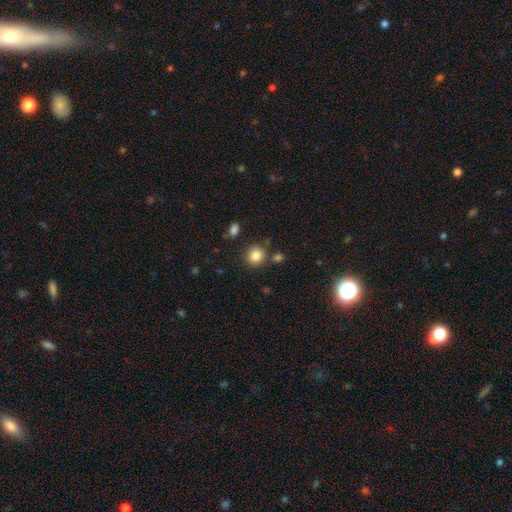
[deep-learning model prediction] smooth_or_featured: smooth (p=0.84) [alt: star or artifact p=0.10]
how_rounded: round (p=0.89) [alt: in between p=0.10]
merging: none (p=0.81) [alt: minor disturbance p=0.09]